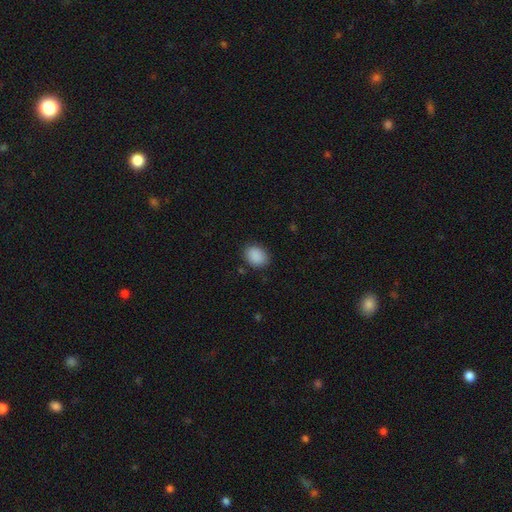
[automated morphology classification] smooth_or_featured: smooth (p=0.89) [alt: star or artifact p=0.08]
how_rounded: in between (p=0.58) [alt: round p=0.41]
merging: none (p=0.84) [alt: minor disturbance p=0.12]